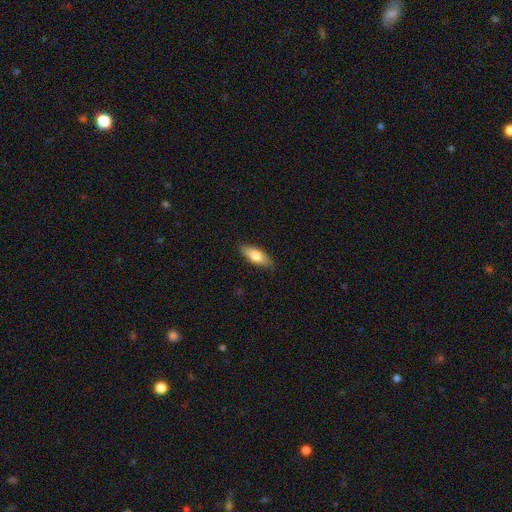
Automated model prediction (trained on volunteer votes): Smooth or featured?
  - smooth: 75% *
  - featured or disk: 19%
  - star or artifact: 6%
How rounded?
  - in between: 71% *
  - cigar-shaped: 26%
  - round: 2%
Merging?
  - none: 86% *
  - minor disturbance: 11%
  - major disturbance: 2%
  - merger: 1%